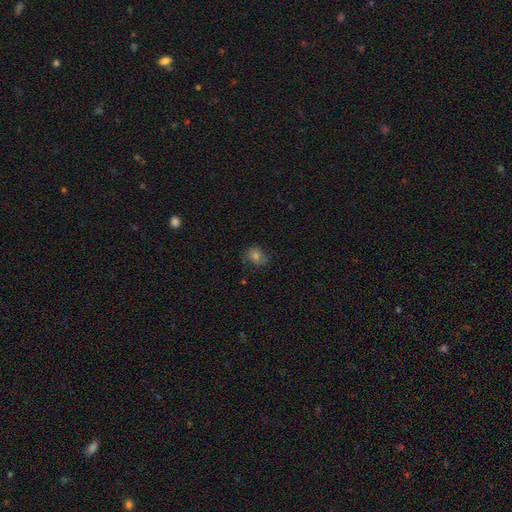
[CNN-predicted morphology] Smooth or featured? smooth (62%)
How rounded? round (70%)
Merging? none (74%)